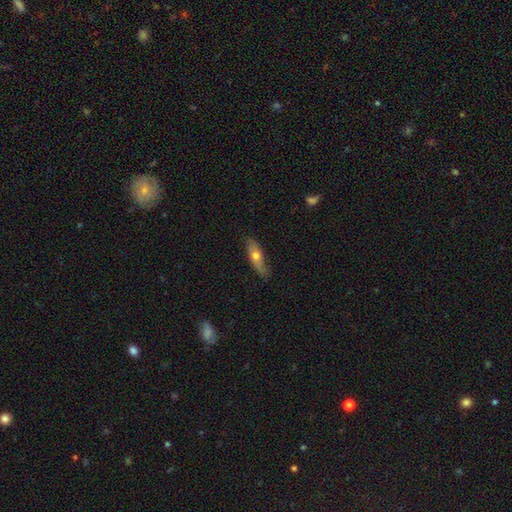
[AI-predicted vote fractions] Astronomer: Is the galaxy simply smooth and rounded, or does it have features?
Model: smooth — 53% (runner-up: featured or disk, 42%).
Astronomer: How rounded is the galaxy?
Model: cigar-shaped — 52% (runner-up: in between, 44%).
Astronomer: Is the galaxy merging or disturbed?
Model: none — 76%.